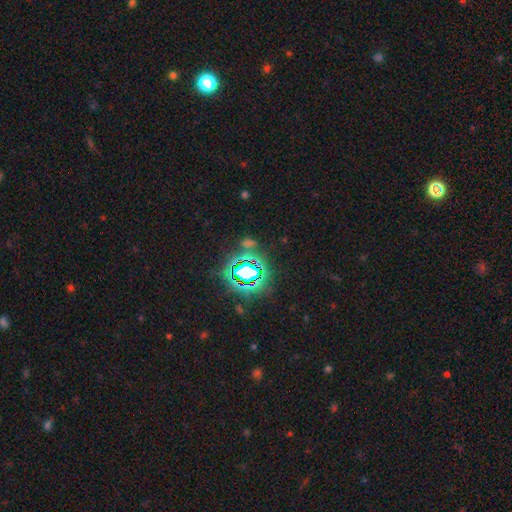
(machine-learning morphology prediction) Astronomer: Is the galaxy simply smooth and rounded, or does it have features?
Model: star or artifact — 82%.